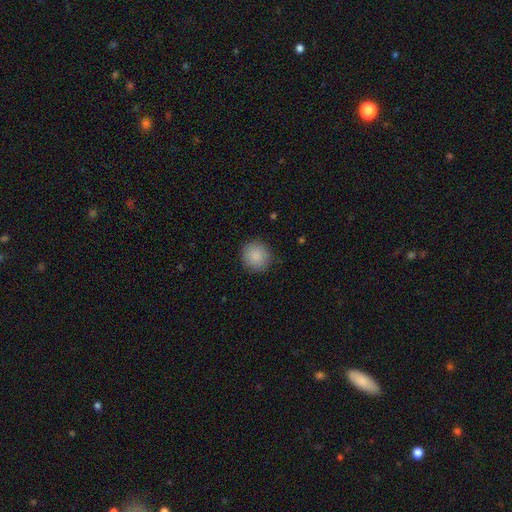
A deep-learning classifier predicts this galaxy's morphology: This appears to be a smooth galaxy with no disk features (88%) that is round (93%). Merging: none (89%).